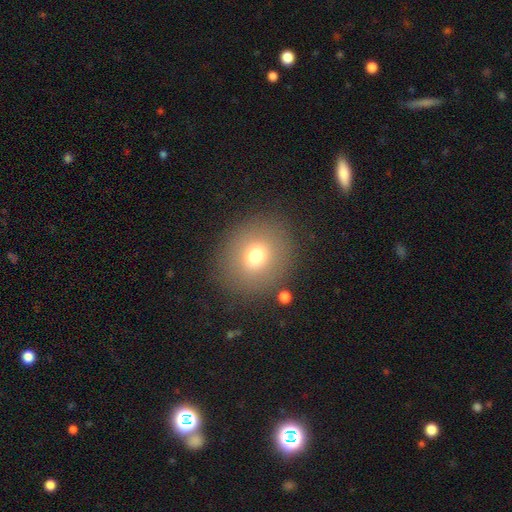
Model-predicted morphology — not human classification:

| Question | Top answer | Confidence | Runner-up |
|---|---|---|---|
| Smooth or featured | smooth | 73% | star or artifact (14%) |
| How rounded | round | 82% | in between (17%) |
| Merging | none | 86% | minor disturbance (8%) |